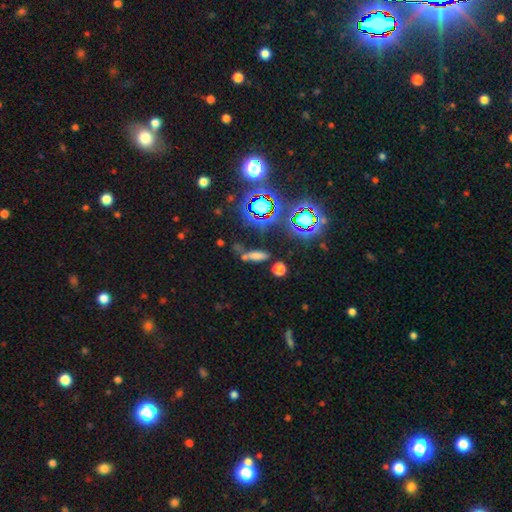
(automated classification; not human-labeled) Morphology: type=smooth (61%); roundness=in between (50%); merging=none (55%).